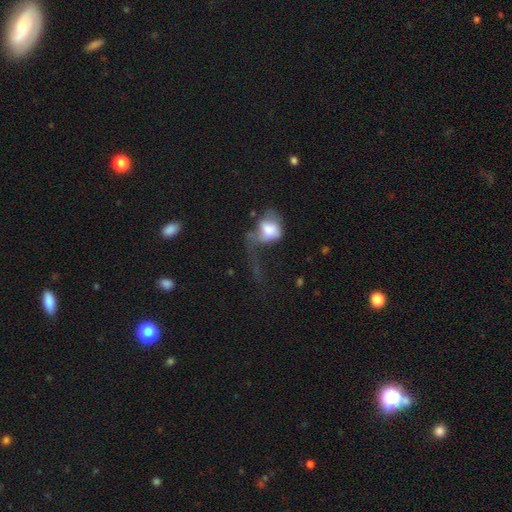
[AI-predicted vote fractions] Smooth or featured? Predicted: smooth (p=0.39, tied with featured or disk). Merging? Predicted: major disturbance (p=0.51).